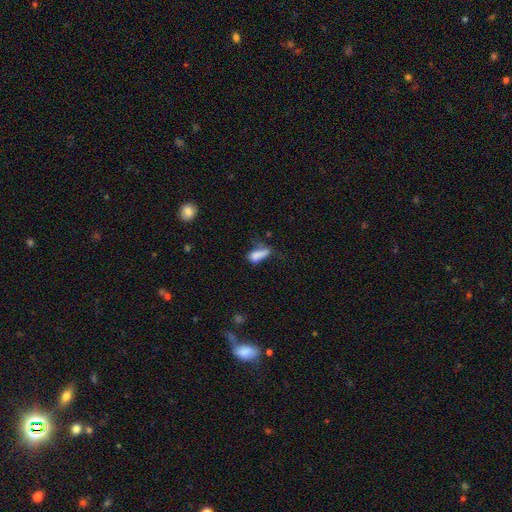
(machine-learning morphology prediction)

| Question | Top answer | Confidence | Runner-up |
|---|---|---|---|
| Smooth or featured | smooth | 76% | featured or disk (13%) |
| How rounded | in between | 72% | cigar-shaped (24%) |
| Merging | minor disturbance | 32% | none (30%) |